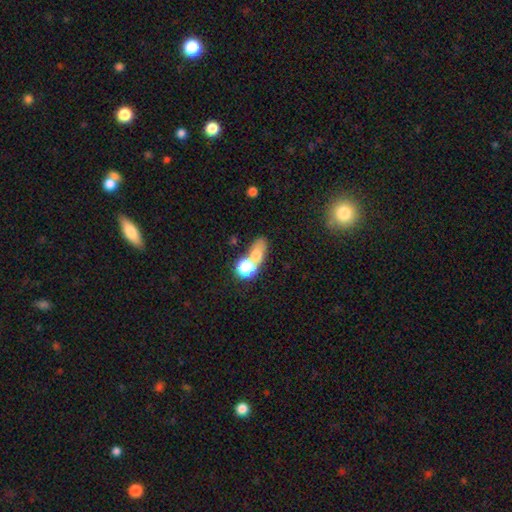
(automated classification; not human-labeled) Smooth or featured? Predicted: smooth (p=0.67). How rounded? Predicted: in between (p=0.54). Merging? Predicted: merger (p=0.53).